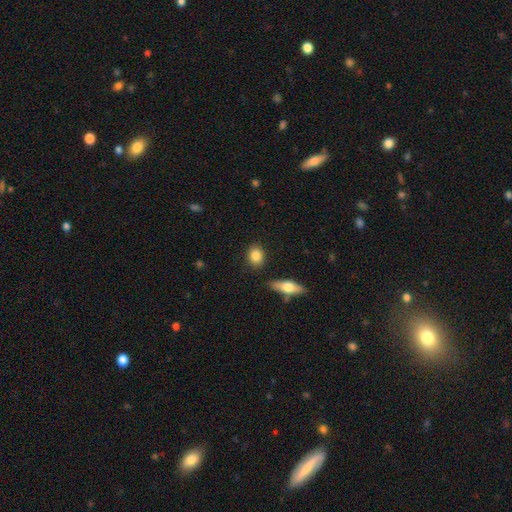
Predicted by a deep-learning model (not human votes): Overall: smooth (86%). How rounded: in between (53%; round 44%). Merging: none (85%).